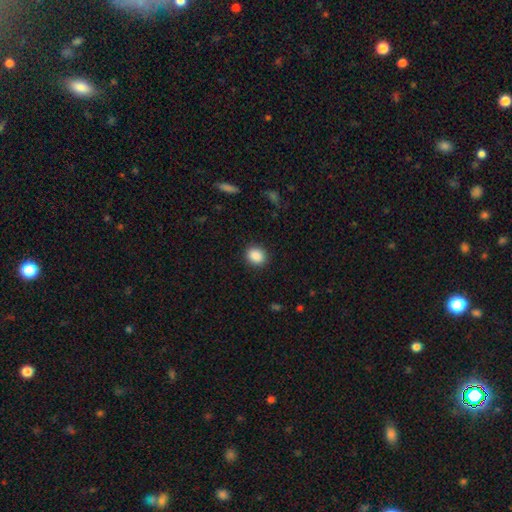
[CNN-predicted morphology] Smooth or featured: smooth — 88% (star or artifact — 8%)
How rounded: round — 67% (in between — 32%)
Merging: none — 90% (minor disturbance — 7%)